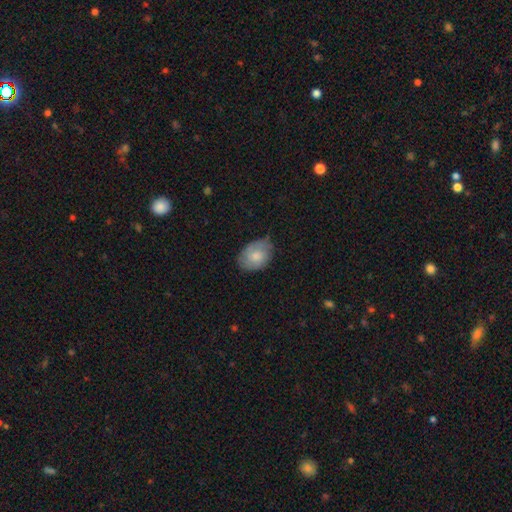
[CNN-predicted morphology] Smooth or featured? smooth (72%)
How rounded? in between (79%)
Merging? none (63%)